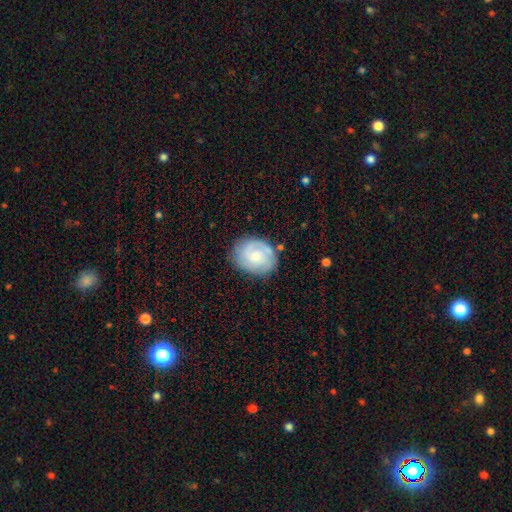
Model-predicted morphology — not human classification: This is likely a featured or disk galaxy (64%). It is clearly not viewed edge-on (98%). Bar: likely no (67%). Spiral arm pattern: clearly yes (90%). Spiral arm count: marginally 2 (44%). Spiral winding: possibly tight (56%). Central bulge: possibly moderate (46%). Merging: likely none (77%).